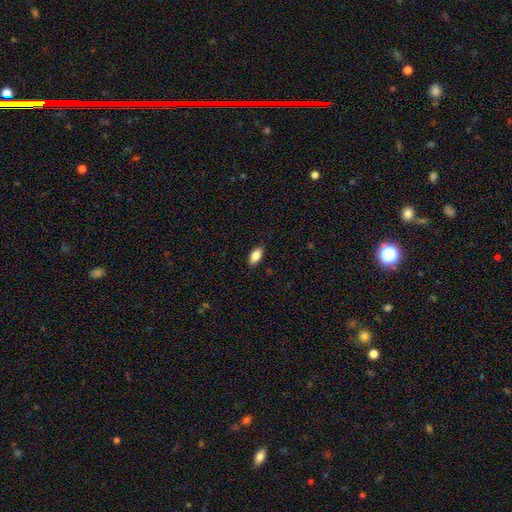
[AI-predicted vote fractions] smooth-or-featured: smooth: 82% | featured or disk: 11% | star or artifact: 7%
  how-rounded: in between: 90% | cigar-shaped: 7% | round: 3%
  merging: none: 88% | minor disturbance: 10% | major disturbance: 2% | merger: 1%